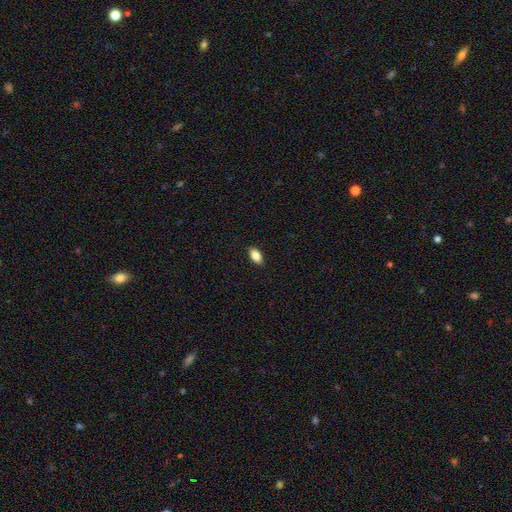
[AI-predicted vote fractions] Overall: smooth (83%). How rounded: in between (91%). Merging: none (89%).